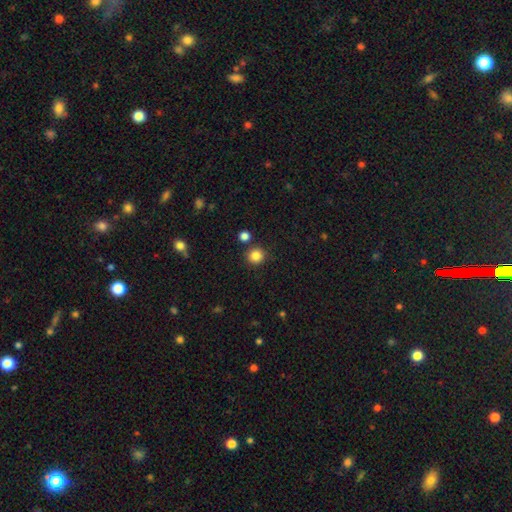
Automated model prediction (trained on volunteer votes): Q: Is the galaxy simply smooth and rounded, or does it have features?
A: smooth — 85%.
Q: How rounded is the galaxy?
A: round — 93%.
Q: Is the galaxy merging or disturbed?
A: none — 85%.